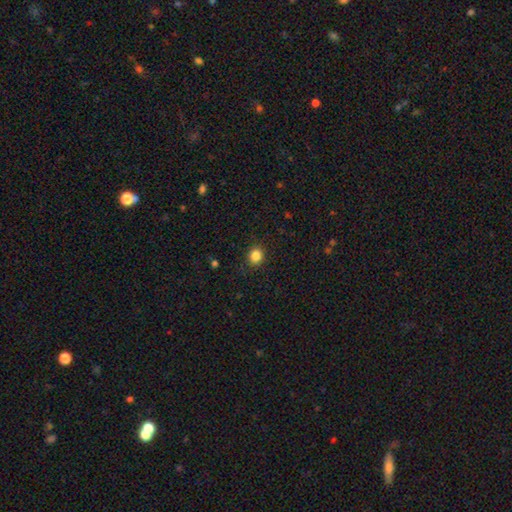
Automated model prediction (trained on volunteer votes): A smooth galaxy with no disk features (85%) that is round (81%).

Vote fractions:
- Smooth or featured? smooth: 85% / star or artifact: 11% / featured or disk: 4%
- How rounded? round: 81% / in between: 18% / cigar-shaped: 1%
- Merging? none: 89% / minor disturbance: 8% / major disturbance: 2% / merger: 1%